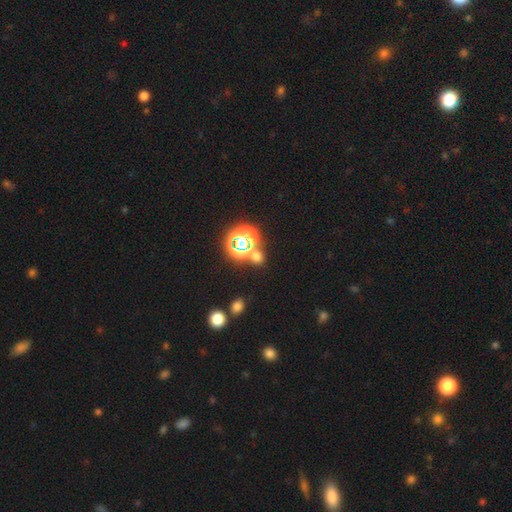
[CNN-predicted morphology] Smooth or featured? star or artifact (50%)